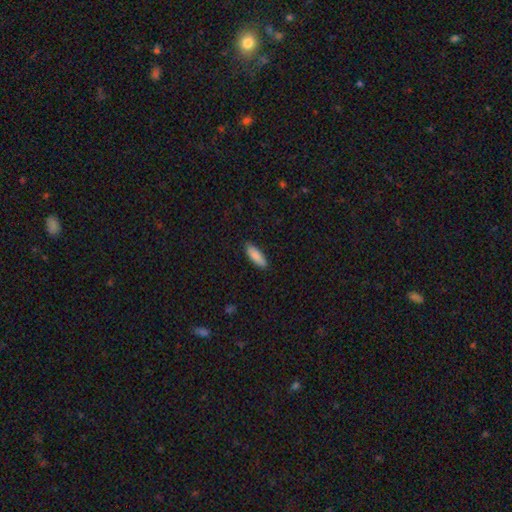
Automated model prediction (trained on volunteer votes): Q: Smooth or featured?
A: smooth (88%); runner-up: featured or disk (6%)
Q: How rounded?
A: cigar-shaped (50%); runner-up: in between (48%)
Q: Merging?
A: none (88%); runner-up: minor disturbance (9%)